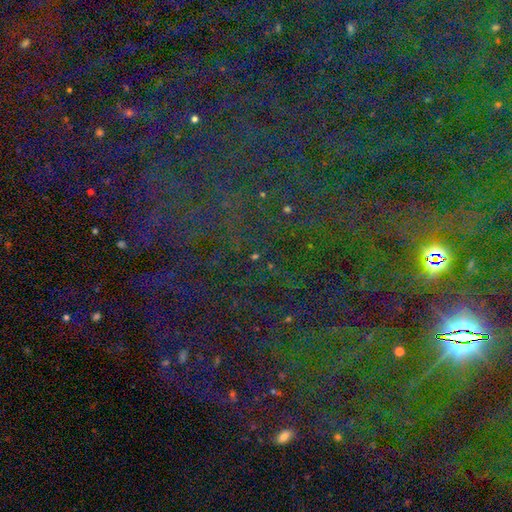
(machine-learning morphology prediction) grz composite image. It shows a star or artifact, not a galaxy (84%).